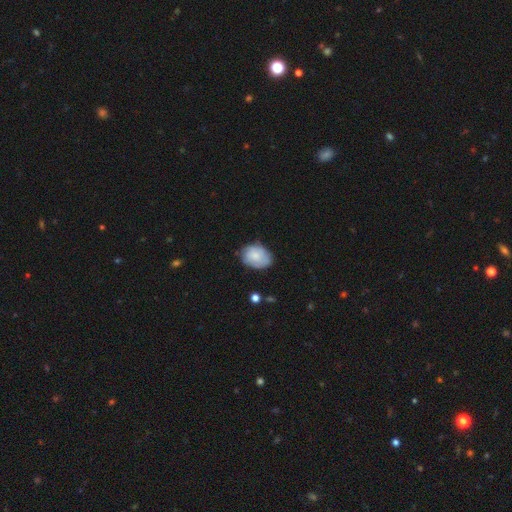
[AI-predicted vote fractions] Morphology: type=smooth (72%); roundness=in between (68%); merging=none (68%).